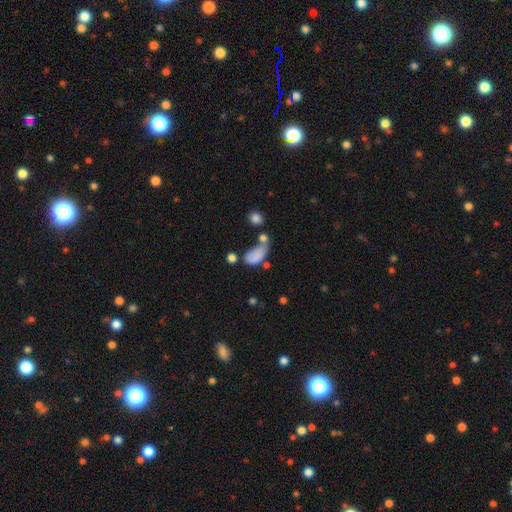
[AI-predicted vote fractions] smooth_or_featured: smooth (p=0.78) [alt: featured or disk p=0.12]
how_rounded: in between (p=0.88) [alt: round p=0.06]
merging: merger (p=0.28) [alt: none p=0.27]